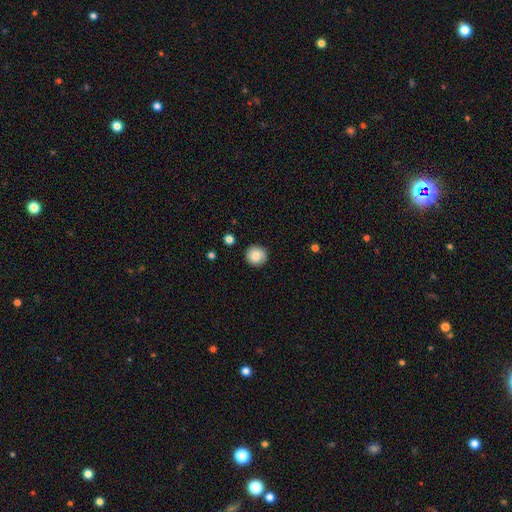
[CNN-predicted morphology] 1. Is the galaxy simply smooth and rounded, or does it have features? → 80% smooth, 11% featured or disk, 8% star or artifact.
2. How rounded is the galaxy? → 93% round, 6% in between, 1% cigar-shaped.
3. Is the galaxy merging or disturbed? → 88% none, 9% minor disturbance, 2% major disturbance, 1% merger.